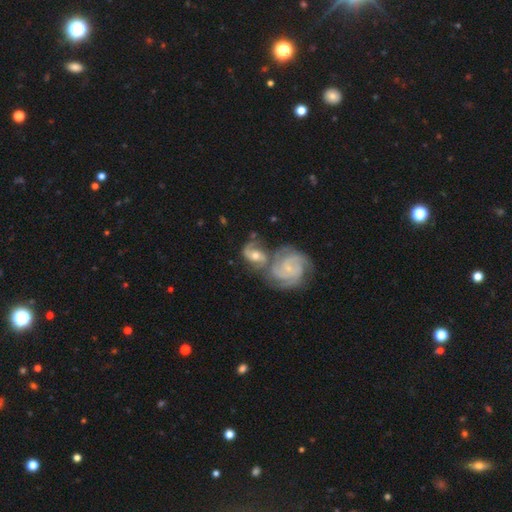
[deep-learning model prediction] A featured or disk galaxy (83%) with no bar (58%), 2 (36%) tight (52%) spiral arms (96%) and a small central bulge (61%). Merging: merger (59%).